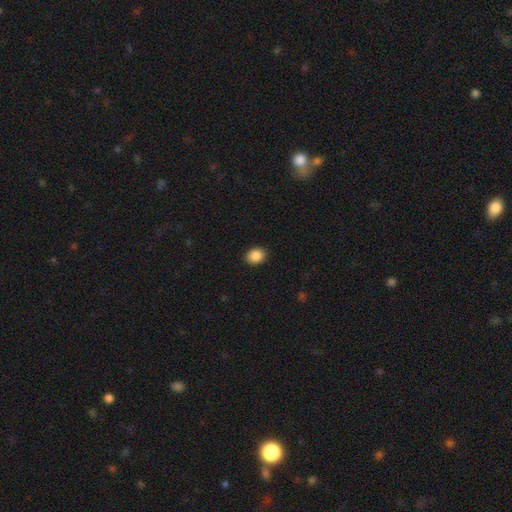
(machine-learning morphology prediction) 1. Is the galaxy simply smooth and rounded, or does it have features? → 88% smooth, 9% star or artifact, 3% featured or disk.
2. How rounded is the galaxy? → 51% round, 48% in between, 1% cigar-shaped.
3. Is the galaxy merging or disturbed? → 91% none, 7% minor disturbance, 2% major disturbance, 1% merger.